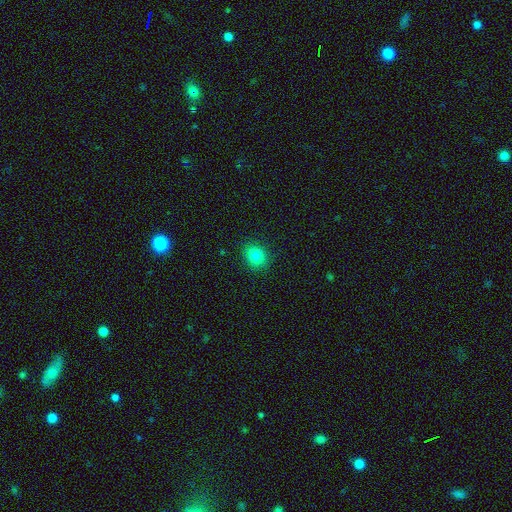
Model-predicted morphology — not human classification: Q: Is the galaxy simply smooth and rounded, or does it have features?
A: smooth — 84%.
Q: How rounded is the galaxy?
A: round — 54%.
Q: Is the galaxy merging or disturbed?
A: none — 88%.